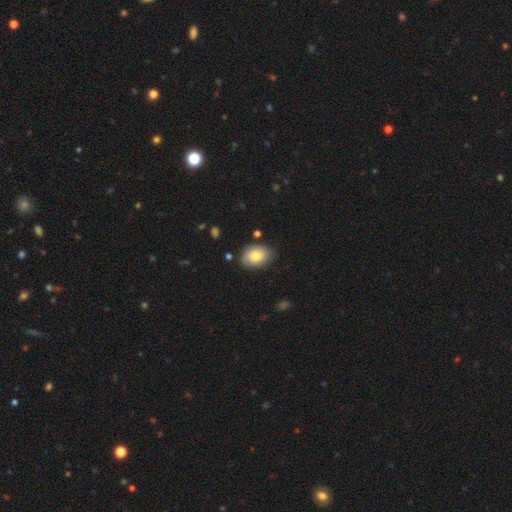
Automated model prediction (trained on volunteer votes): Q: Smooth or featured?
A: smooth (76%); runner-up: featured or disk (16%)
Q: How rounded?
A: in between (78%); runner-up: round (21%)
Q: Merging?
A: none (79%); runner-up: minor disturbance (16%)